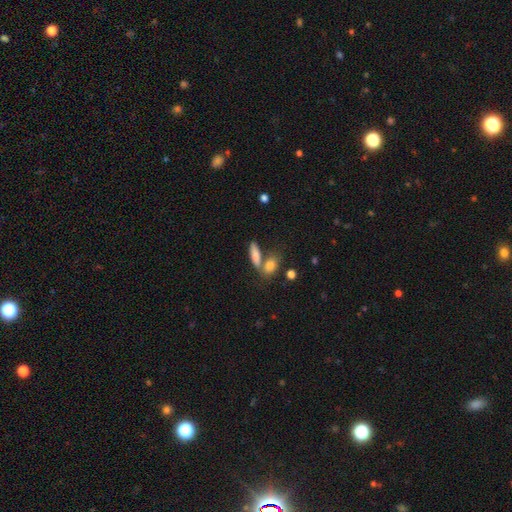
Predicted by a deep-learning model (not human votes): Overall: smooth (76%). How rounded: in between (61%; cigar-shaped 33%). Merging: none (46%; merger 39%).